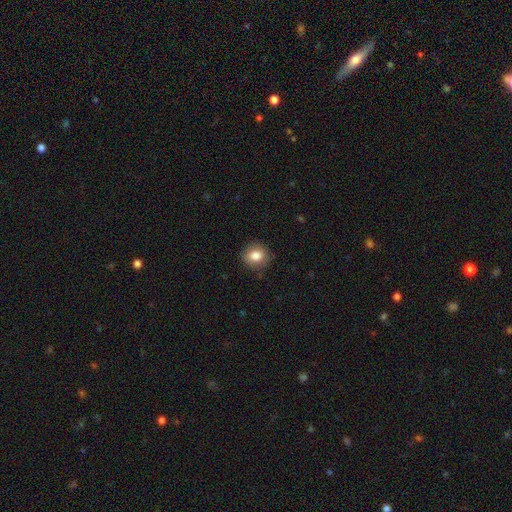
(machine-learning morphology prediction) Overall: smooth (83%). How rounded: round (74%). Merging: none (86%).